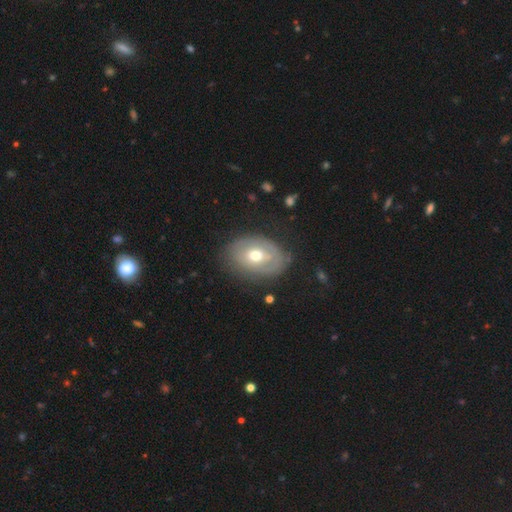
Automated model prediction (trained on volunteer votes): Smooth or featured: featured or disk — 53% (smooth — 41%)
Edge-on disk: no — 93% (yes — 7%)
Merging: none — 71% (minor disturbance — 20%)